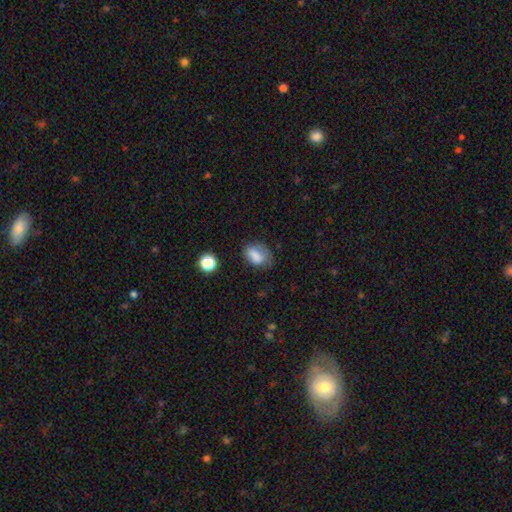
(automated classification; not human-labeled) Smooth or featured?
  - smooth: 77% *
  - featured or disk: 12%
  - star or artifact: 11%
How rounded?
  - in between: 73% *
  - round: 25%
  - cigar-shaped: 2%
Merging?
  - none: 52% *
  - minor disturbance: 30%
  - major disturbance: 15%
  - merger: 3%